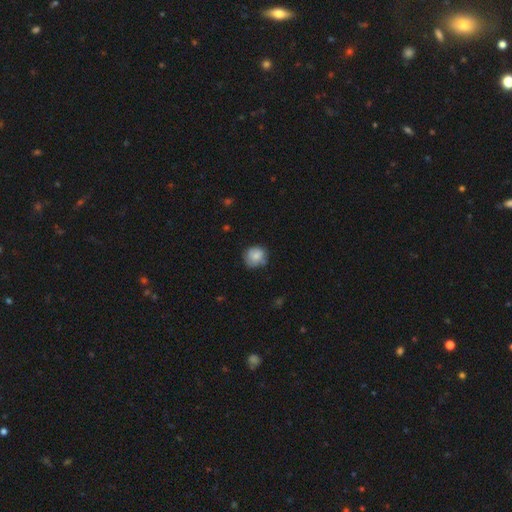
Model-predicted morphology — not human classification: A smooth galaxy with no disk features (75%) that is round (82%).

Vote fractions:
- Smooth or featured? smooth: 75% / featured or disk: 17% / star or artifact: 8%
- How rounded? round: 82% / in between: 17% / cigar-shaped: 1%
- Merging? none: 66% / minor disturbance: 26% / major disturbance: 6% / merger: 2%